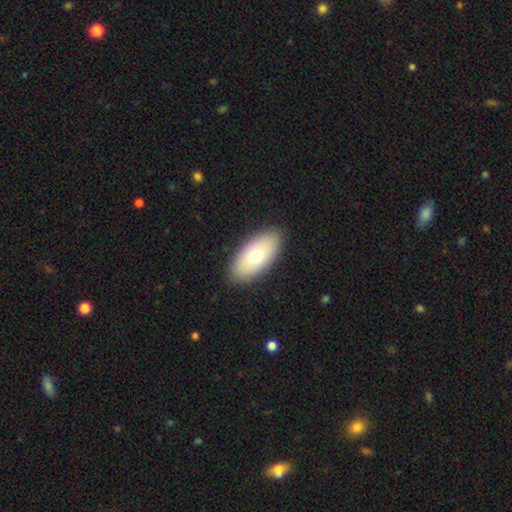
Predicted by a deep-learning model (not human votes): Smooth or featured? smooth (70%)
How rounded? in between (92%)
Merging? none (88%)